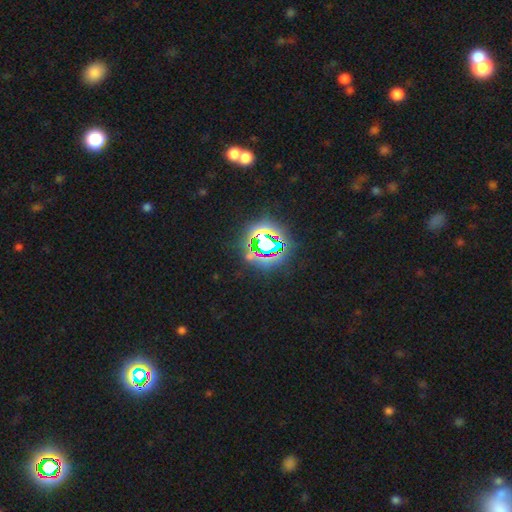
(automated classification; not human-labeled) A star or artifact, not a galaxy (79%).

Vote fractions:
- Smooth or featured? star or artifact: 79% / smooth: 13% / featured or disk: 8%